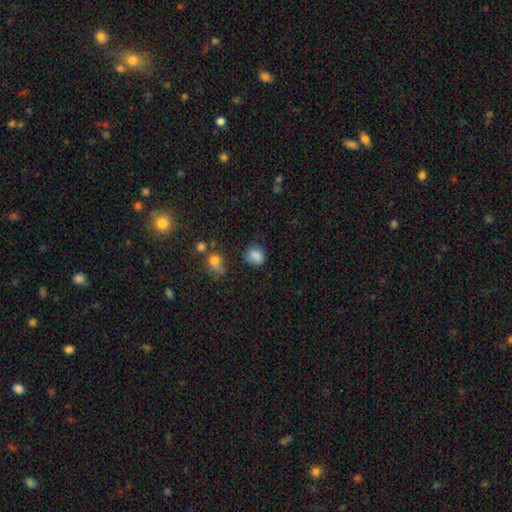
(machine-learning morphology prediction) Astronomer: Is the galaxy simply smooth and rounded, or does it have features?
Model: smooth — 82%.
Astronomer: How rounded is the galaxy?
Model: round — 57% (runner-up: in between, 42%).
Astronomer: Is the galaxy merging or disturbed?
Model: none — 66%.